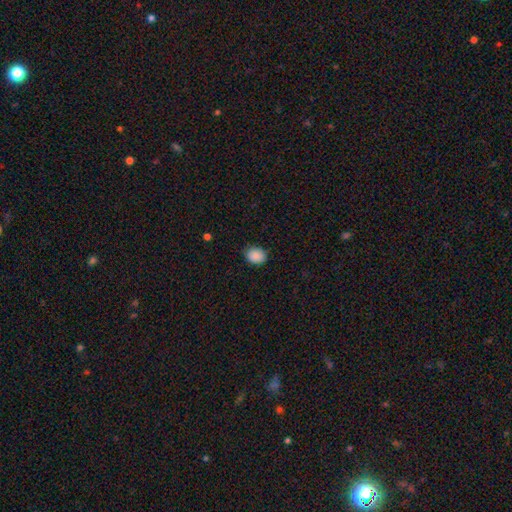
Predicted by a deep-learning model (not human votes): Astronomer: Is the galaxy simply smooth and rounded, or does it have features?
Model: smooth — 89%.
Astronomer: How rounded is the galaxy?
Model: round — 52% (runner-up: in between, 47%).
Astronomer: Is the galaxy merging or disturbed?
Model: none — 82%.